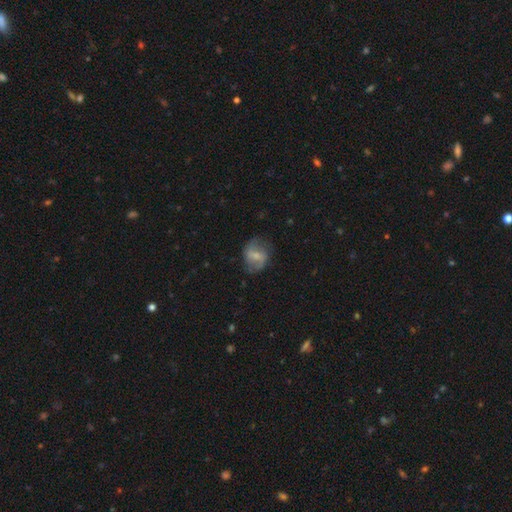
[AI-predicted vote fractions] Smooth or featured? featured or disk (56%)
Edge-on disk? no (96%)
Bar? weak (47%)
Spiral arms? yes (75%)
Bulge size? small (45%)
Merging? none (67%)